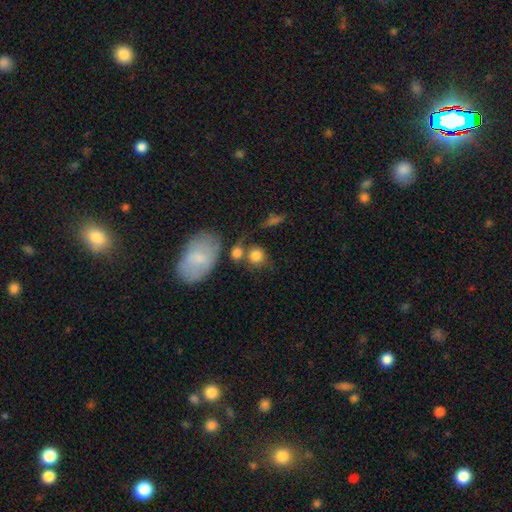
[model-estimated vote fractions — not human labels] Smooth or featured: smooth — 80% (featured or disk — 11%)
How rounded: round — 80% (in between — 18%)
Merging: none — 50% (merger — 25%)